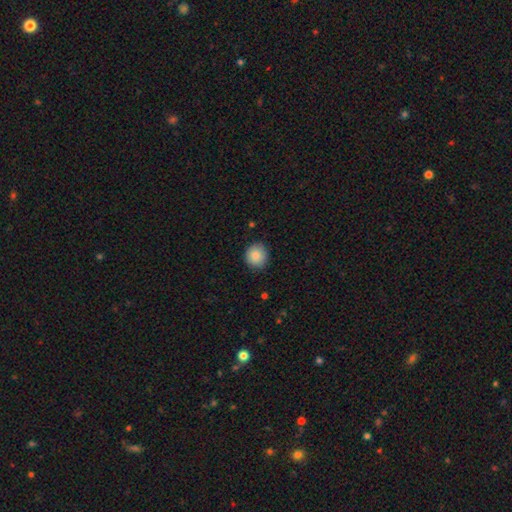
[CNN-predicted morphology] smooth_or_featured: smooth (p=0.87) [alt: star or artifact p=0.08]
how_rounded: round (p=0.89) [alt: in between p=0.10]
merging: none (p=0.88) [alt: minor disturbance p=0.09]